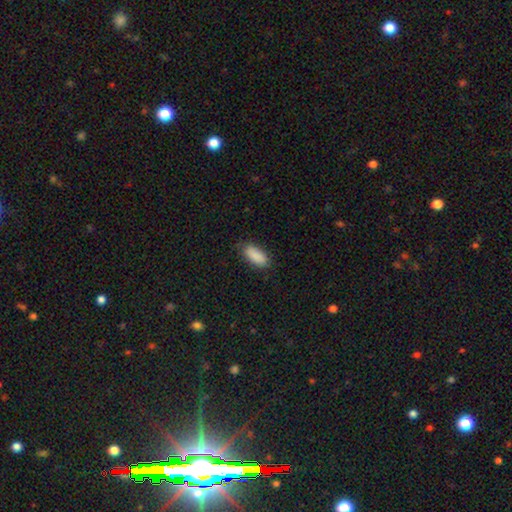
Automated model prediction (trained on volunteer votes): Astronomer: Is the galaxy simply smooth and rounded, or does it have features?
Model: smooth — 89%.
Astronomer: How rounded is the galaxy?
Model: in between — 83%.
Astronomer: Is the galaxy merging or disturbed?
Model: none — 82%.